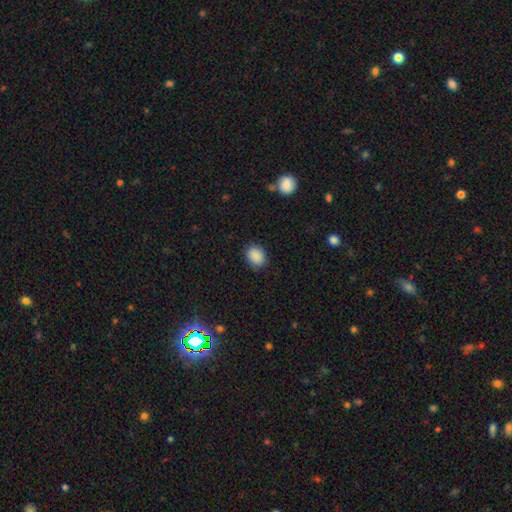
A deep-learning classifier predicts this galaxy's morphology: The model was most divided on "how rounded": round: 51%, in between: 48%, cigar-shaped: 1%. More confident: smooth or featured — smooth (89%); merging — none (85%).